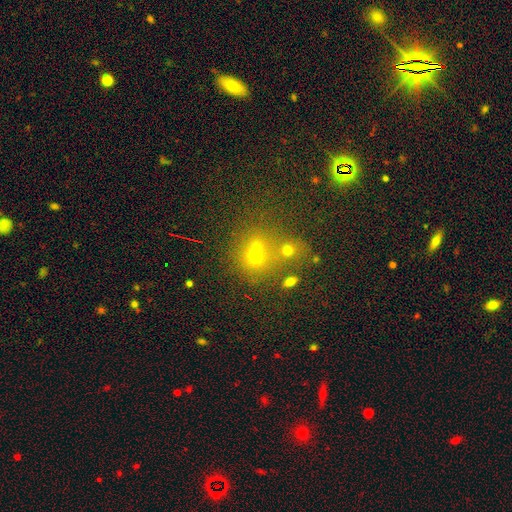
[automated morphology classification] Smooth or featured?
  - smooth: 57% *
  - star or artifact: 27%
  - featured or disk: 16%
How rounded?
  - round: 81% *
  - in between: 18%
  - cigar-shaped: 1%
Merging?
  - none: 45% *
  - merger: 43%
  - minor disturbance: 8%
  - major disturbance: 5%